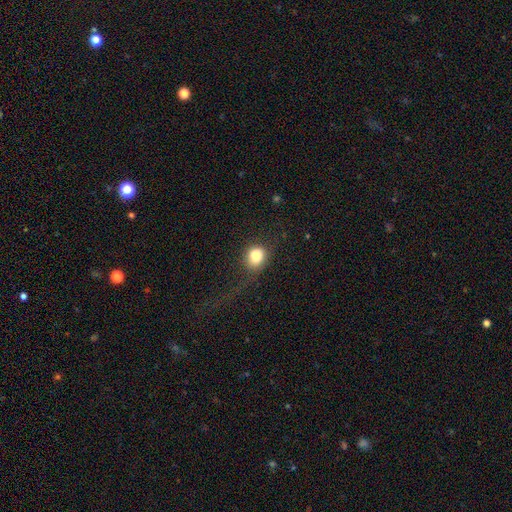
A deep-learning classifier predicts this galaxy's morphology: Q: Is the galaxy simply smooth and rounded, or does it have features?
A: smooth — 81%.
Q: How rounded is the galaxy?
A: round — 64%.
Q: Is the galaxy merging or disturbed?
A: none — 58%.